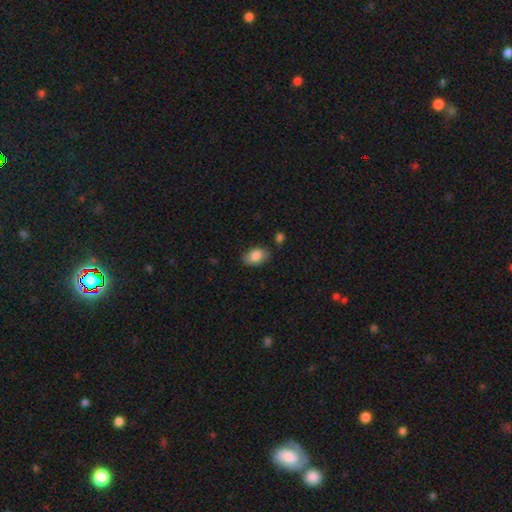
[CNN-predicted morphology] Smooth or featured: smooth — 84% (featured or disk — 9%)
How rounded: in between — 90% (round — 9%)
Merging: none — 81% (minor disturbance — 13%)